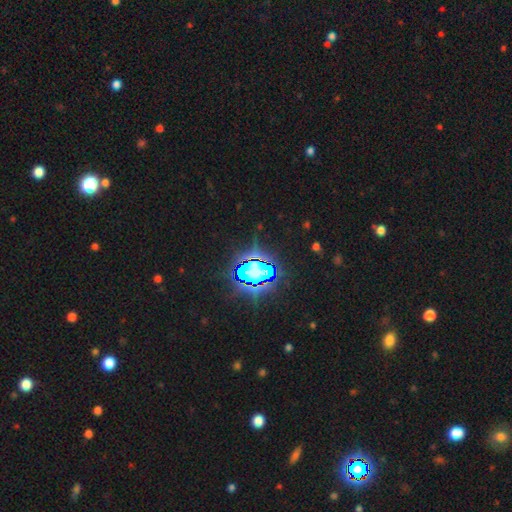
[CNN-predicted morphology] Smooth or featured: star or artifact — 82% (smooth — 11%)